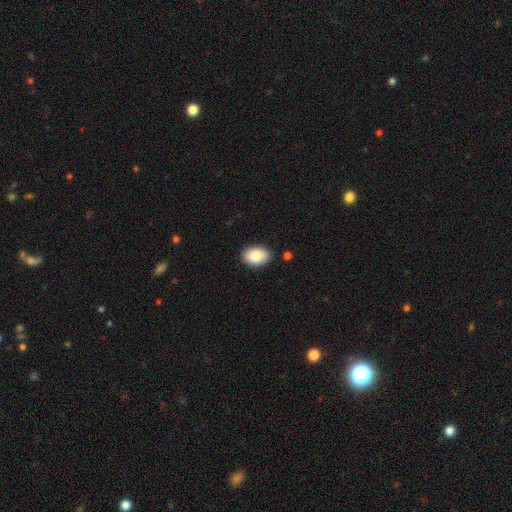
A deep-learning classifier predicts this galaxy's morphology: The model was most divided on "how rounded": in between: 86%, round: 12%, cigar-shaped: 1%. More confident: merging — none (87%); smooth or featured — smooth (85%).